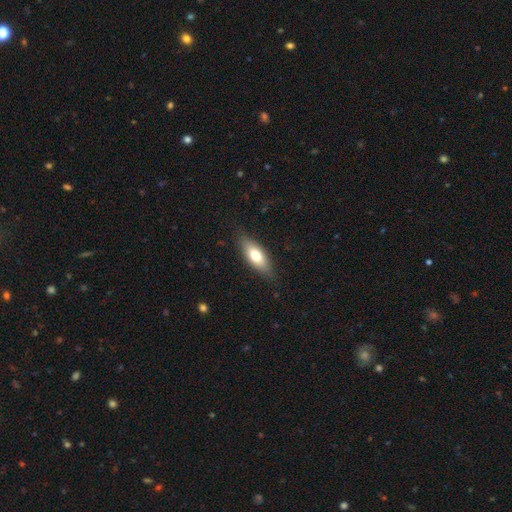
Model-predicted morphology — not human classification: smooth 70%, featured or disk 24%, star or artifact 6%. Down the decision tree: how rounded — in between (74%); merging — none (83%).